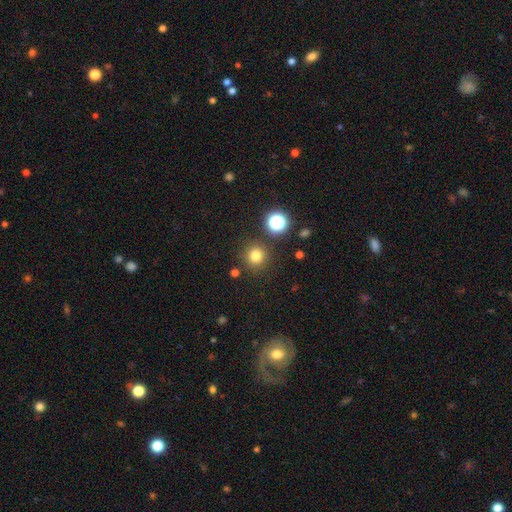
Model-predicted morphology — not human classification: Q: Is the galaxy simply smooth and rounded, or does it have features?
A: smooth — 78%.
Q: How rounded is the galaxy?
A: round — 94%.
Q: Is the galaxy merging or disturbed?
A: none — 87%.